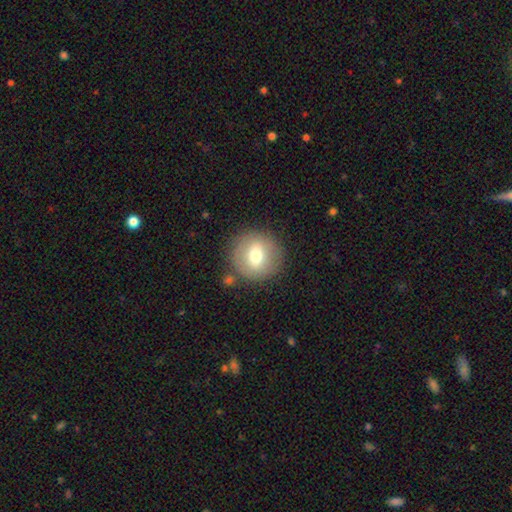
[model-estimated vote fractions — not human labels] This appears to be a smooth galaxy with no disk features (66%) that is round (93%). Merging: none (84%).